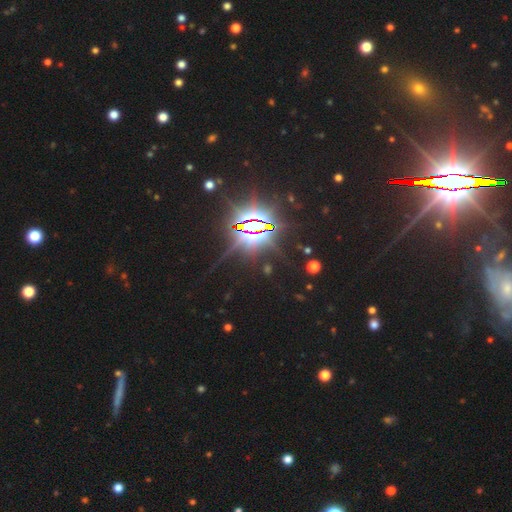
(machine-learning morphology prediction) This appears to be a star or artifact, not a galaxy (86%).